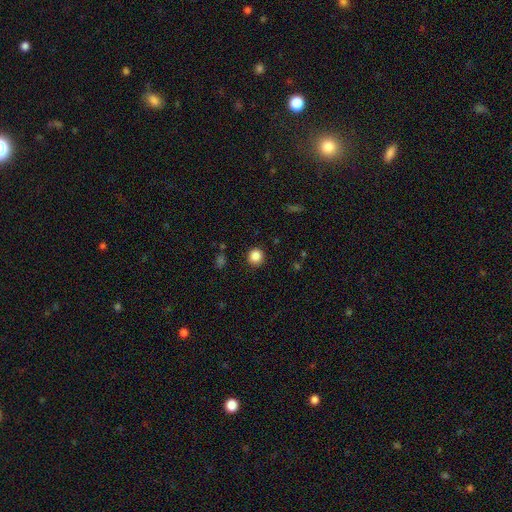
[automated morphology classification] Smooth or featured? Predicted: smooth (p=0.86). How rounded? Predicted: round (p=0.93). Merging? Predicted: none (p=0.90).